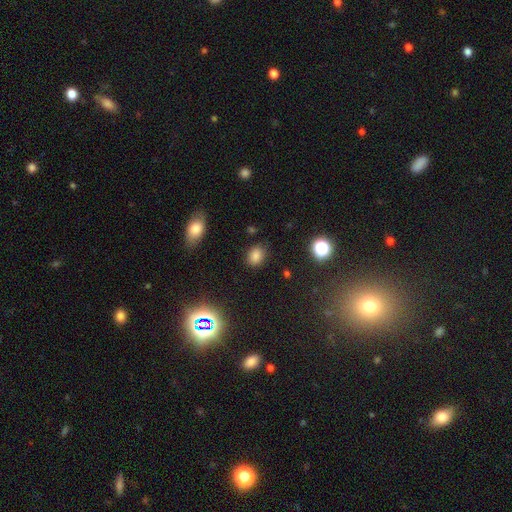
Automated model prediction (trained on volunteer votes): This is likely a smooth galaxy (79%). How rounded: possibly in between (58%). Merging: clearly none (82%).